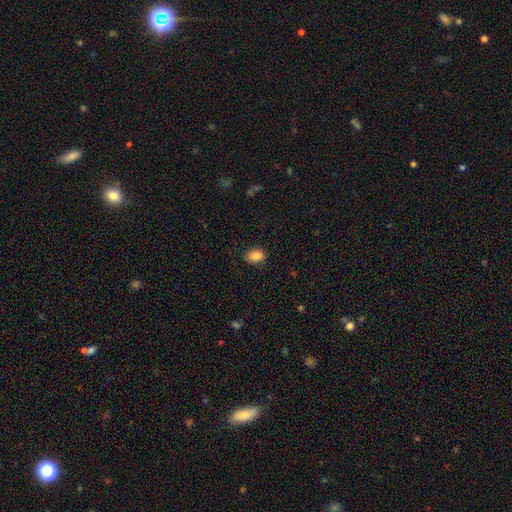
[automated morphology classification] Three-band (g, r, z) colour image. It shows a smooth galaxy with no disk features (85%) that is in between round and cigar-shaped (81%). Merging: none (86%).